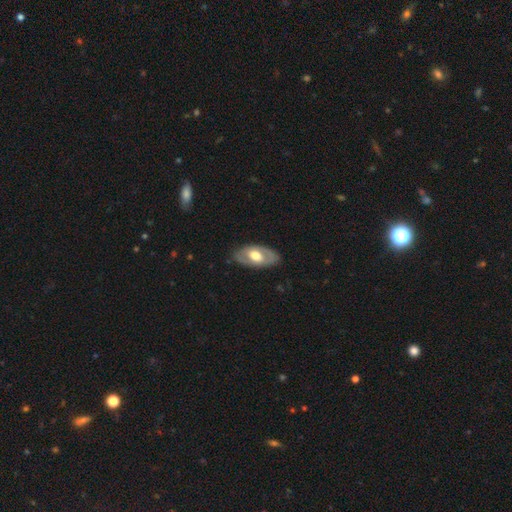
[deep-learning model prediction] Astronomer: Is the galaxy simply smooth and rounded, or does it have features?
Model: featured or disk — 52% (runner-up: smooth, 44%).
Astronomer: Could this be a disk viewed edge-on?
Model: no — 86%.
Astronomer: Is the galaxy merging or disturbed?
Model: none — 81%.